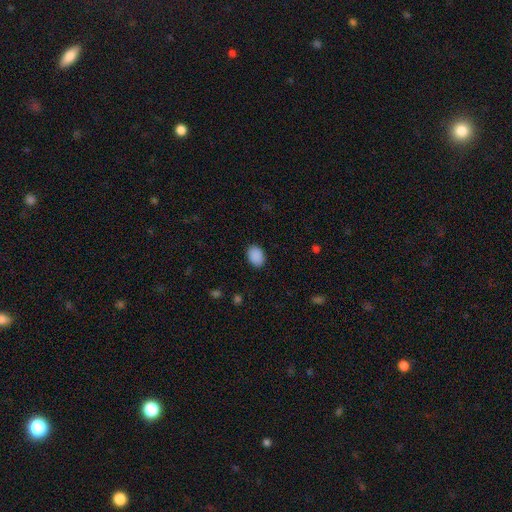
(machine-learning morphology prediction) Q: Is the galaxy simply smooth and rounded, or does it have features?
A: smooth — 90%.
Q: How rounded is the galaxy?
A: in between — 76%.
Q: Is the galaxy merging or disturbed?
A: none — 88%.